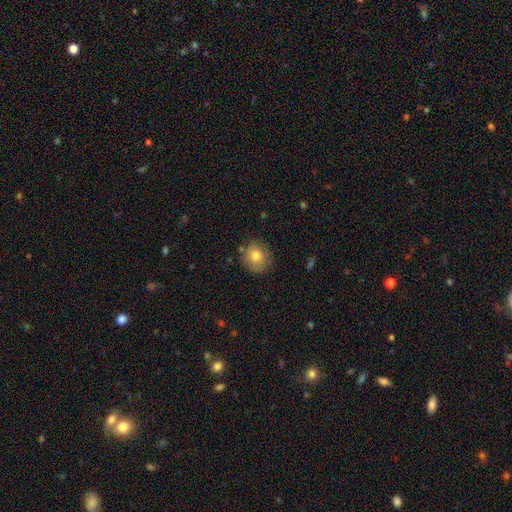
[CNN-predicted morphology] type=smooth (78%); roundness=round (82%); merging=none (80%).